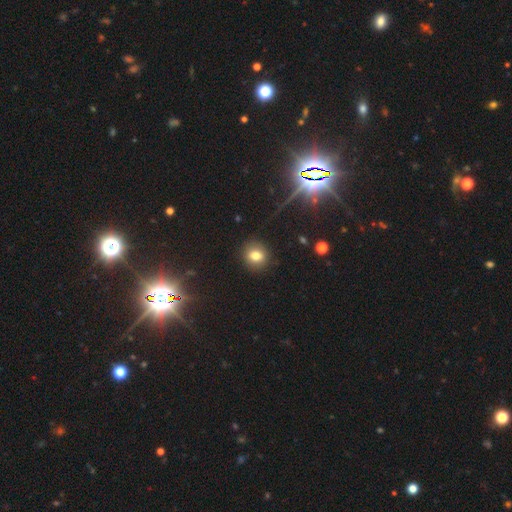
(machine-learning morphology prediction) Smooth or featured?
  - smooth: 77% *
  - star or artifact: 13%
  - featured or disk: 9%
How rounded?
  - round: 76% *
  - in between: 23%
  - cigar-shaped: 1%
Merging?
  - none: 89% *
  - minor disturbance: 8%
  - major disturbance: 2%
  - merger: 1%